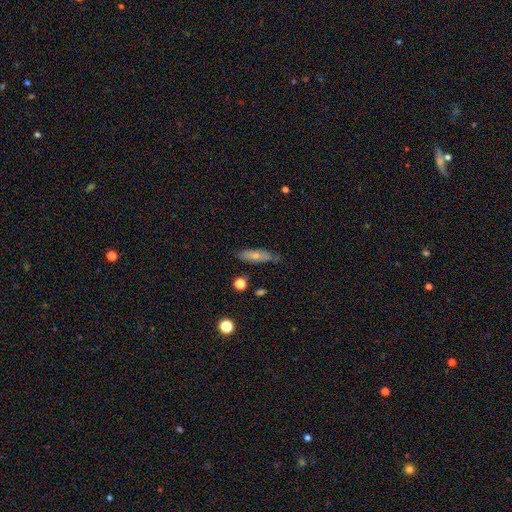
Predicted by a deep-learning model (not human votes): smooth 65%, featured or disk 27%, star or artifact 7%. Down the decision tree: how rounded — cigar-shaped (53%); merging — none (68%).